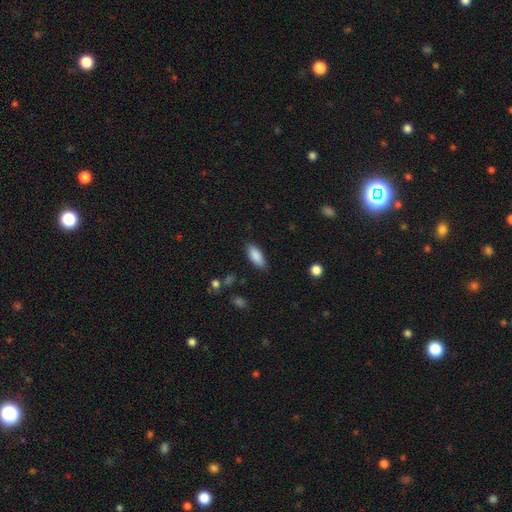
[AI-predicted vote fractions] A smooth galaxy with no disk features (88%) that is in between round and cigar-shaped (80%).

Vote fractions:
- Smooth or featured? smooth: 88% / star or artifact: 7% / featured or disk: 6%
- How rounded? in between: 80% / cigar-shaped: 18% / round: 2%
- Merging? none: 82% / minor disturbance: 14% / major disturbance: 3% / merger: 1%